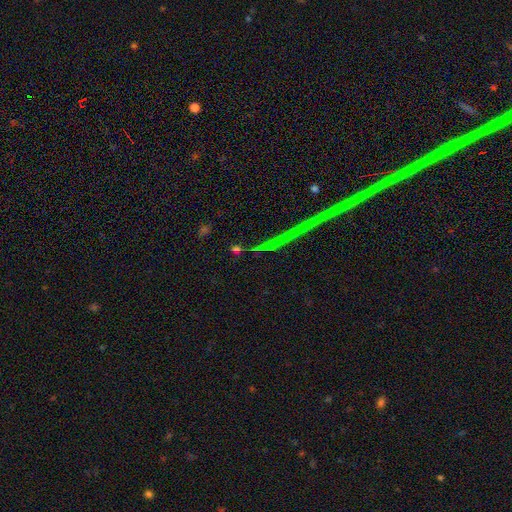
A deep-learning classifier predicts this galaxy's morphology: The model was most divided on "smooth or featured": star or artifact: 69%, smooth: 19%, featured or disk: 12%.